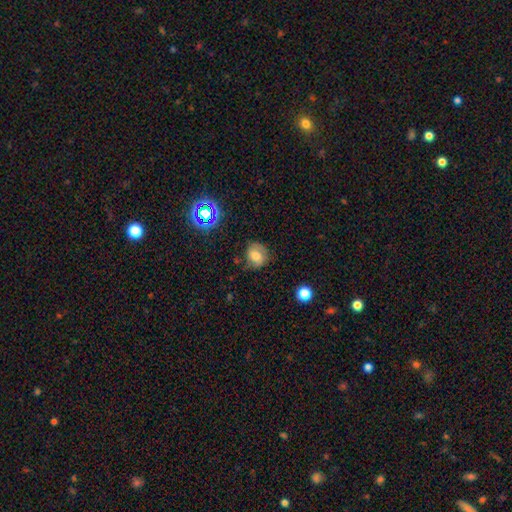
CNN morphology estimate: smooth_or_featured: smooth (p=0.66) [alt: featured or disk p=0.20]
how_rounded: round (p=0.68) [alt: in between p=0.31]
merging: none (p=0.66) [alt: minor disturbance p=0.23]